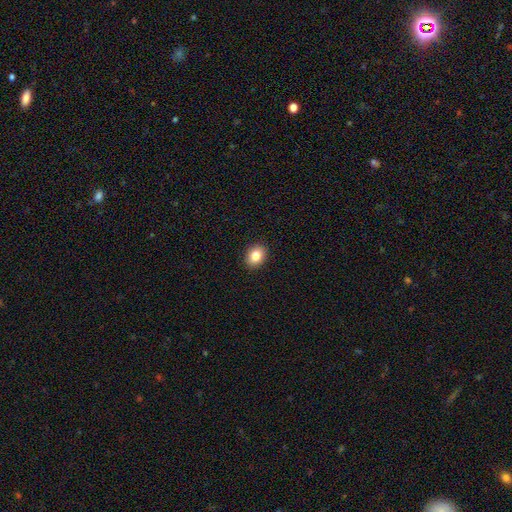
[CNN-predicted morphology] This is clearly a smooth galaxy (84%). How rounded: possibly in between (55%). Merging: clearly none (91%).